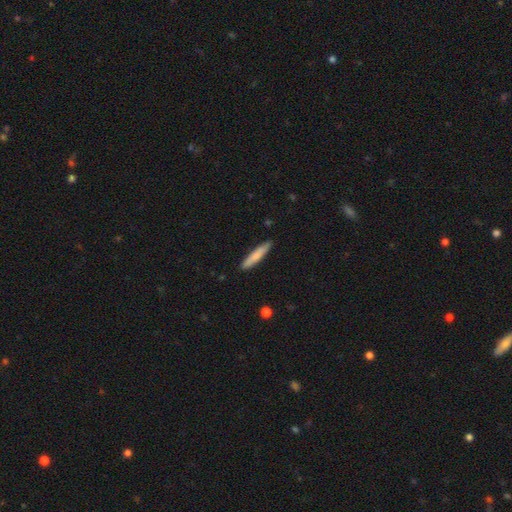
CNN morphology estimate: A smooth galaxy with no disk features (79%) that is cigar-shaped (89%). Merging: none (88%).